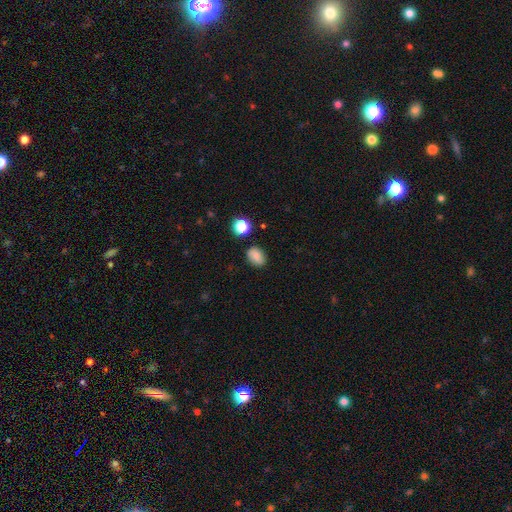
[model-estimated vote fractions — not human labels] Smooth or featured?
  - smooth: 76% *
  - featured or disk: 13%
  - star or artifact: 11%
How rounded?
  - in between: 71% *
  - round: 27%
  - cigar-shaped: 2%
Merging?
  - none: 81% *
  - minor disturbance: 13%
  - major disturbance: 3%
  - merger: 3%